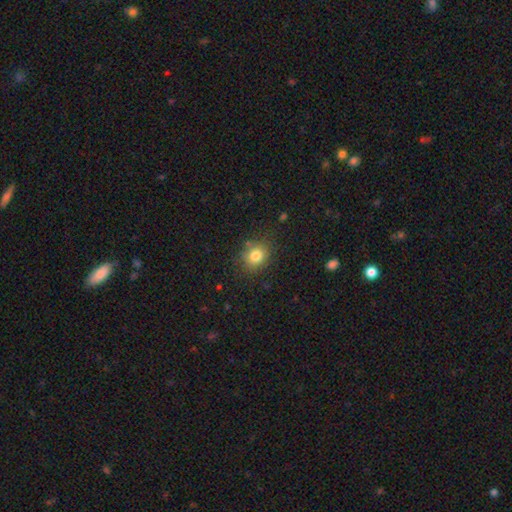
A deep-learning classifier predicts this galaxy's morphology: smooth 81%, star or artifact 12%, featured or disk 8%. Down the decision tree: how rounded — round (63%); merging — none (81%).